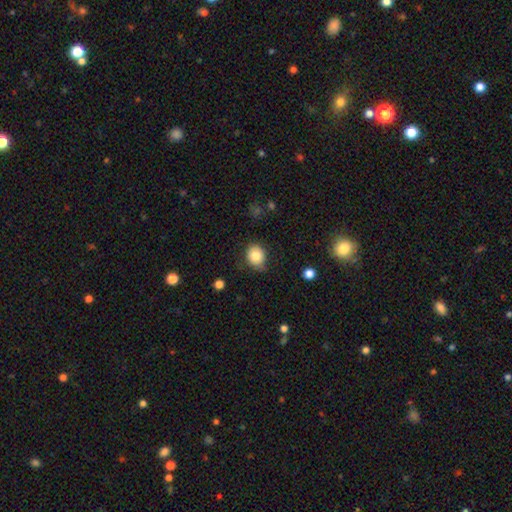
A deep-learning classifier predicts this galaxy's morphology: A smooth galaxy with no disk features (82%) that is round (66%).

Vote fractions:
- Smooth or featured? smooth: 82% / star or artifact: 9% / featured or disk: 8%
- How rounded? round: 66% / in between: 33% / cigar-shaped: 1%
- Merging? none: 73% / minor disturbance: 21% / major disturbance: 4% / merger: 2%